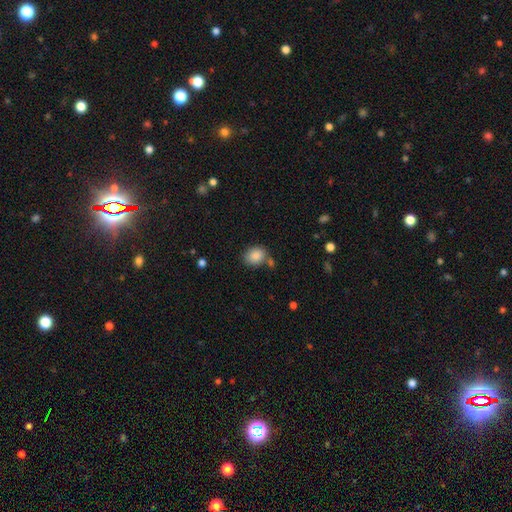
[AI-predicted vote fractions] Smooth or featured? smooth (86%)
How rounded? in between (52%)
Merging? none (70%)